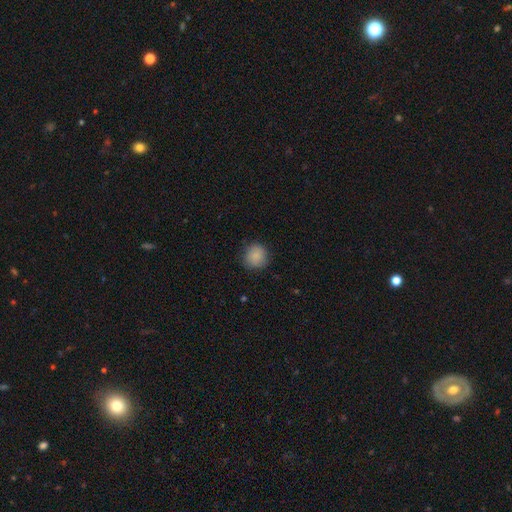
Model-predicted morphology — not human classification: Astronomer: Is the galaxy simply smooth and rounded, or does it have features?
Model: smooth — 87%.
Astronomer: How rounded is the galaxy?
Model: round — 91%.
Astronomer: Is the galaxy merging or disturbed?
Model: none — 86%.